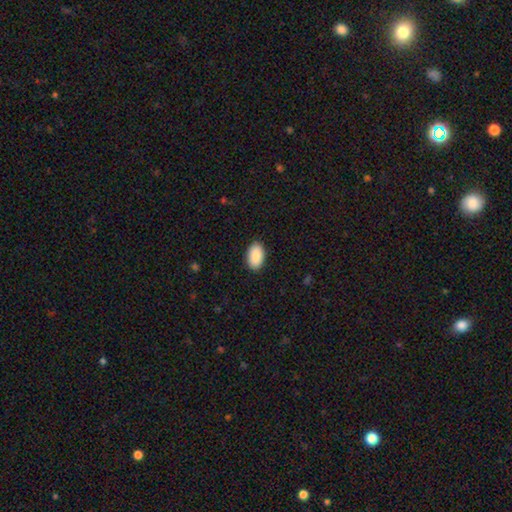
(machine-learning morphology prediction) Smooth or featured: smooth — 91% (star or artifact — 6%)
How rounded: in between — 94% (round — 4%)
Merging: none — 90% (minor disturbance — 7%)